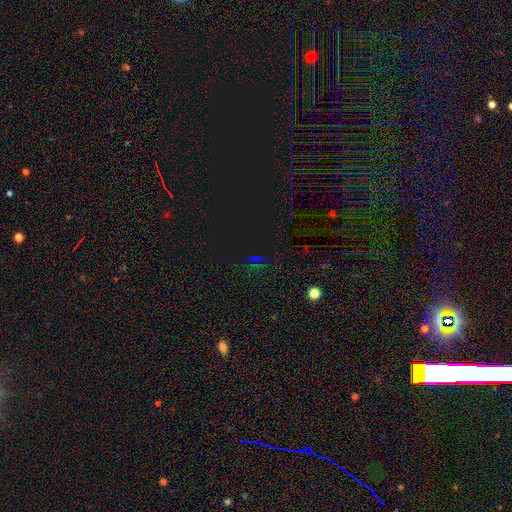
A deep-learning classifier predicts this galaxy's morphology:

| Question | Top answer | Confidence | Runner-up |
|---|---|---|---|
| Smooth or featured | star or artifact | 75% | smooth (18%) |